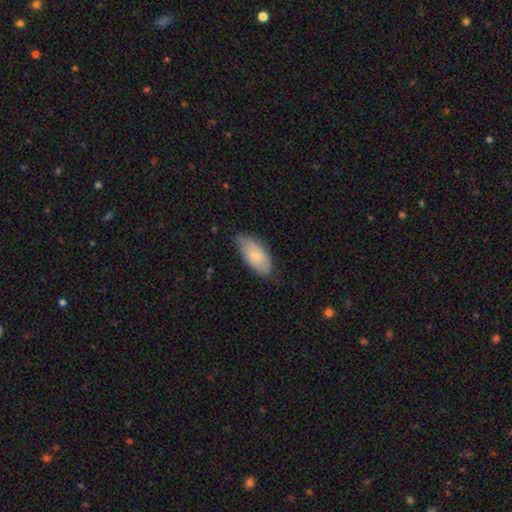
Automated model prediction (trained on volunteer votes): A smooth galaxy with no disk features (74%) that is in between round and cigar-shaped (89%). Merging: none (72%).